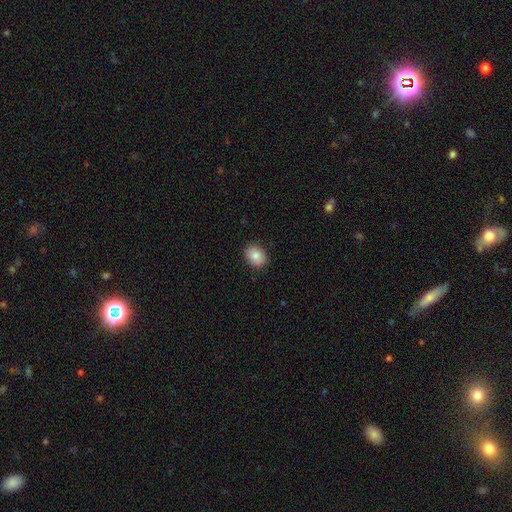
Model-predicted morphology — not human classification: A smooth galaxy with no disk features (85%) that is in between round and cigar-shaped (64%). Merging: none (88%).